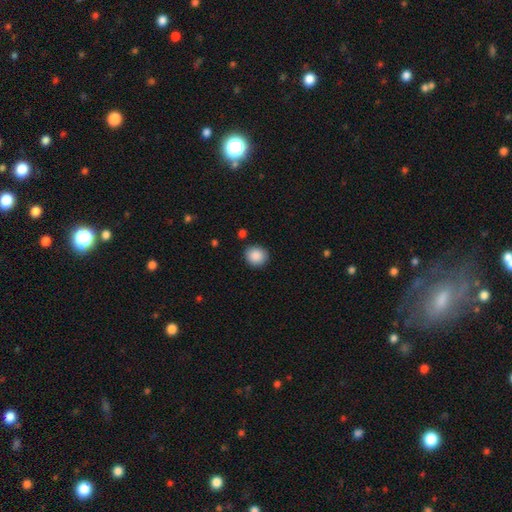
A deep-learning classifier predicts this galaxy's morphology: Smooth or featured: smooth — 89% (star or artifact — 8%)
How rounded: round — 85% (in between — 14%)
Merging: none — 88% (minor disturbance — 8%)